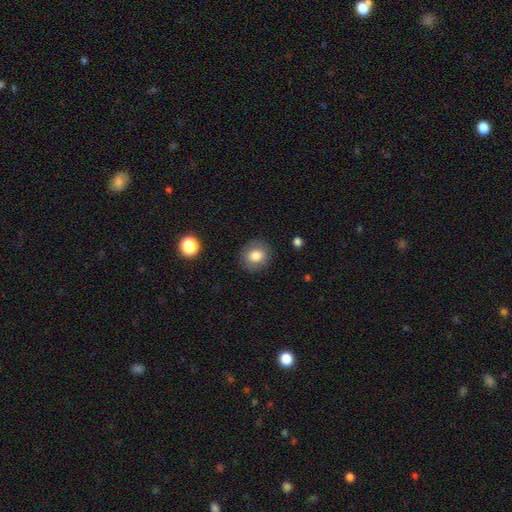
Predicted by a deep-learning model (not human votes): Morphology: type=smooth (81%); roundness=round (79%); merging=none (86%).